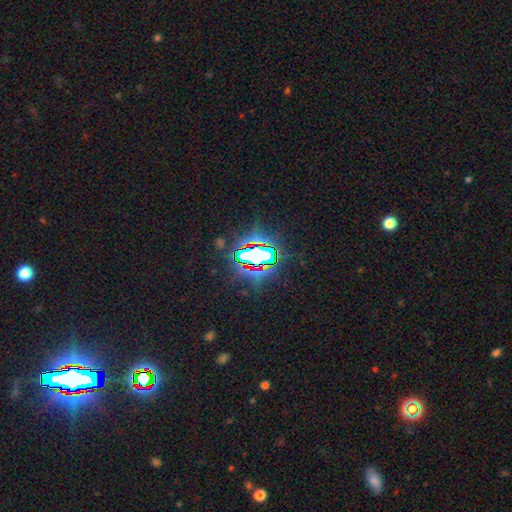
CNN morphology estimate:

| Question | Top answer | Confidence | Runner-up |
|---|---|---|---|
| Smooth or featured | star or artifact | 72% | smooth (16%) |